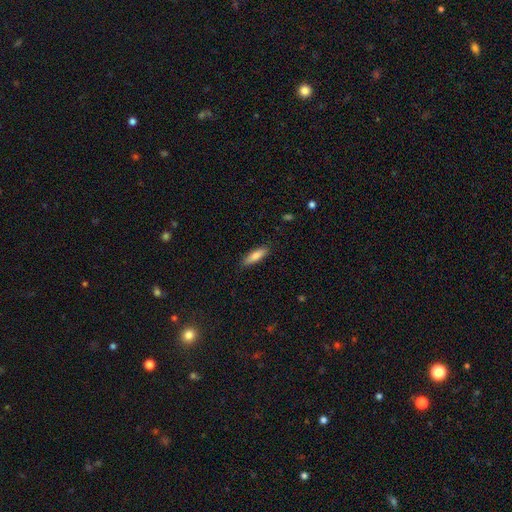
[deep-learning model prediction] Smooth or featured: smooth — 80% (featured or disk — 14%)
How rounded: cigar-shaped — 60% (in between — 38%)
Merging: none — 85% (minor disturbance — 11%)